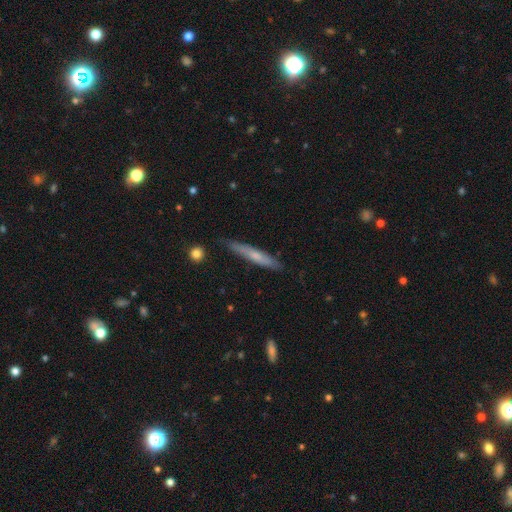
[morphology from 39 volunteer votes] Smooth or featured?
  - smooth: 64% *
  - featured or disk: 31%
  - star or artifact: 5%
How rounded?
  - cigar-shaped: 96% *
  - in between: 4%
  - round: 0%
Merging?
  - none: 84% *
  - minor disturbance: 16%
  - major disturbance: 0%
  - merger: 0%